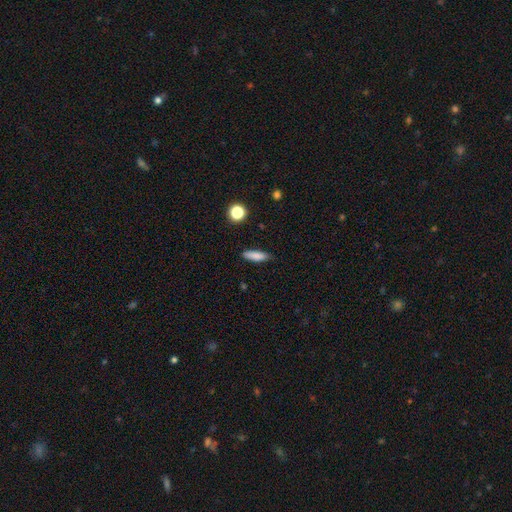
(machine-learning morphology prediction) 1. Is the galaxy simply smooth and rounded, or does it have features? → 83% smooth, 8% star or artifact, 8% featured or disk.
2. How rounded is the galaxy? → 58% cigar-shaped, 39% in between, 3% round.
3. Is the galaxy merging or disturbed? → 83% none, 13% minor disturbance, 3% major disturbance, 2% merger.